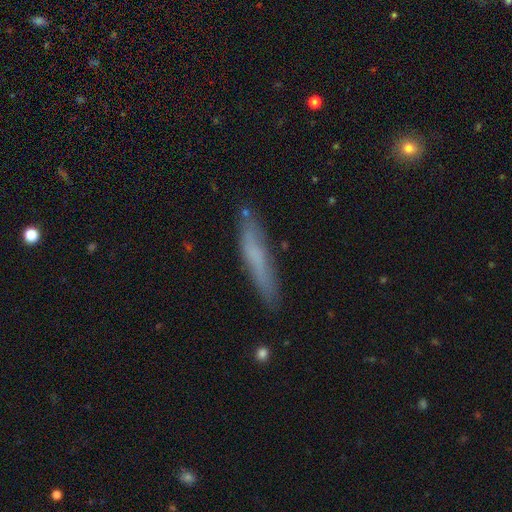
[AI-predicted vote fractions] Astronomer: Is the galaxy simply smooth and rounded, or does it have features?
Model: smooth — 61%.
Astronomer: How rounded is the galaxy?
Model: cigar-shaped — 92%.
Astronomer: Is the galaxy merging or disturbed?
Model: none — 80%.